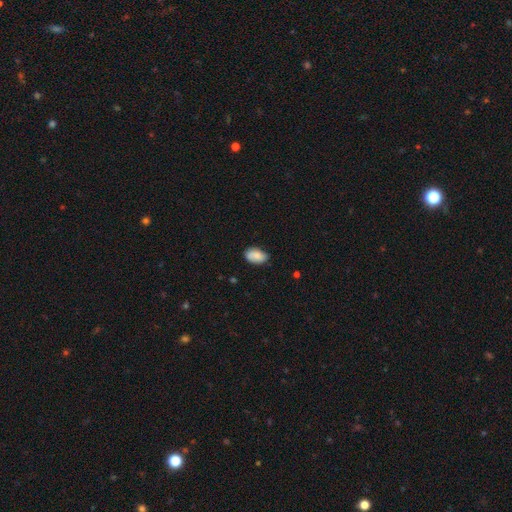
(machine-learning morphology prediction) smooth_or_featured: smooth (p=0.84) [alt: featured or disk p=0.09]
how_rounded: in between (p=0.92) [alt: round p=0.06]
merging: none (p=0.76) [alt: minor disturbance p=0.20]